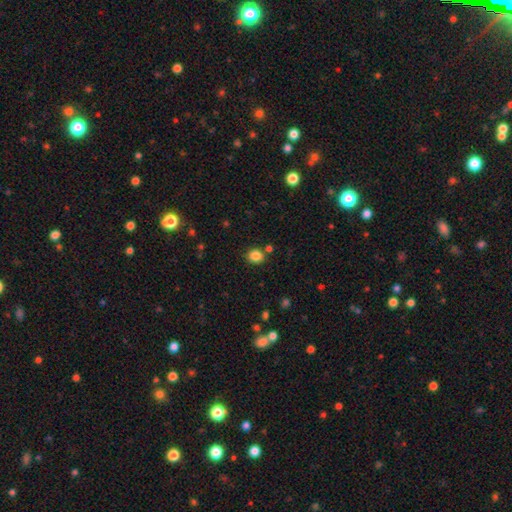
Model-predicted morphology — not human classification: smooth_or_featured: smooth (p=0.84) [alt: star or artifact p=0.11]
how_rounded: round (p=0.68) [alt: in between p=0.31]
merging: none (p=0.80) [alt: minor disturbance p=0.10]